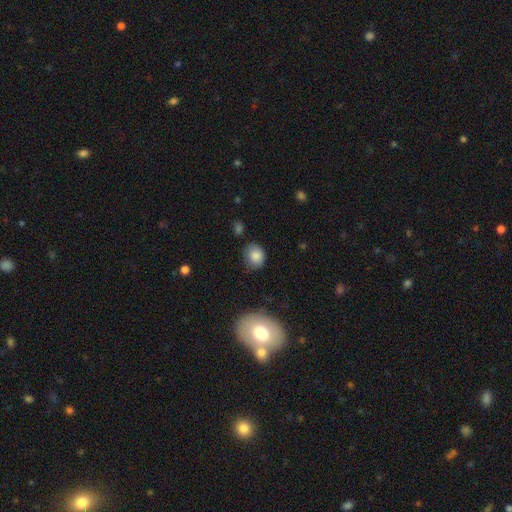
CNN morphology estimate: Overall: smooth (85%). How rounded: round (60%; in between 39%). Merging: none (71%).